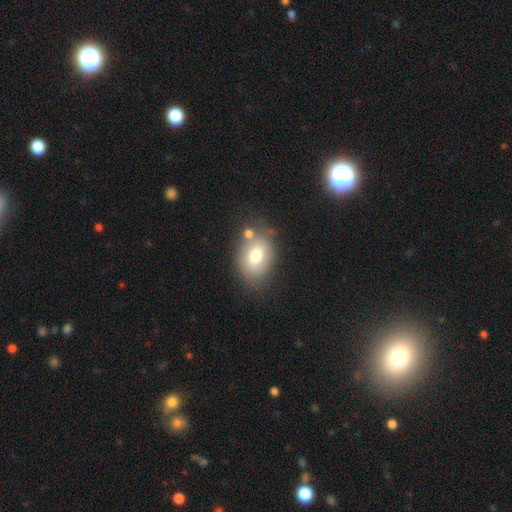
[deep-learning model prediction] Overall: smooth (74%). How rounded: in between (79%). Merging: none (64%).